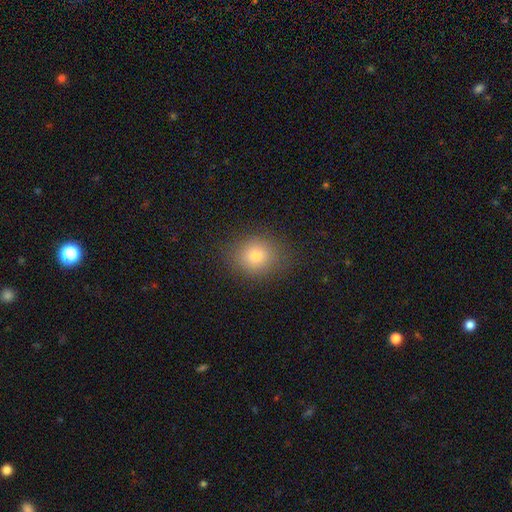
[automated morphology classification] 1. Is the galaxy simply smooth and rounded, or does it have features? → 80% smooth, 12% star or artifact, 8% featured or disk.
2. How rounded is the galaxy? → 72% round, 27% in between, 1% cigar-shaped.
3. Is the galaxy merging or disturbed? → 85% none, 10% minor disturbance, 4% major disturbance, 1% merger.